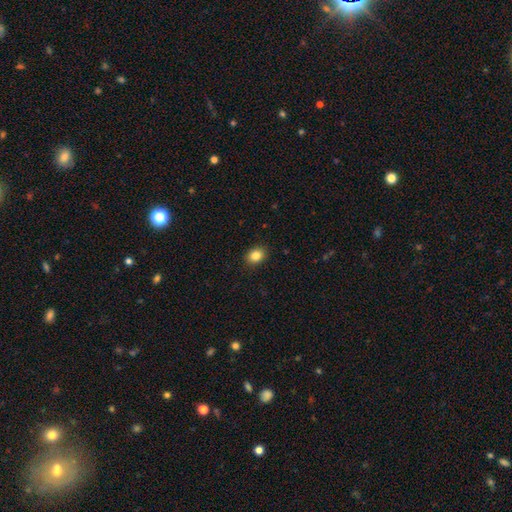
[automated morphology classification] smooth-or-featured: smooth: 85% | star or artifact: 10% | featured or disk: 5%
  how-rounded: in between: 53% | round: 46% | cigar-shaped: 1%
  merging: none: 90% | minor disturbance: 7% | major disturbance: 2% | merger: 1%